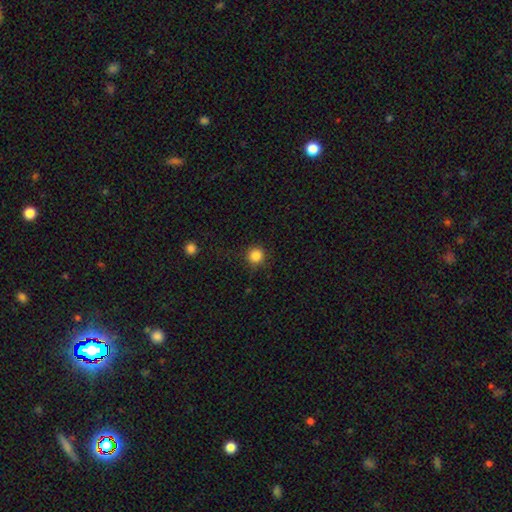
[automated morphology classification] A smooth galaxy with no disk features (85%) that is round (94%). Merging: none (87%).